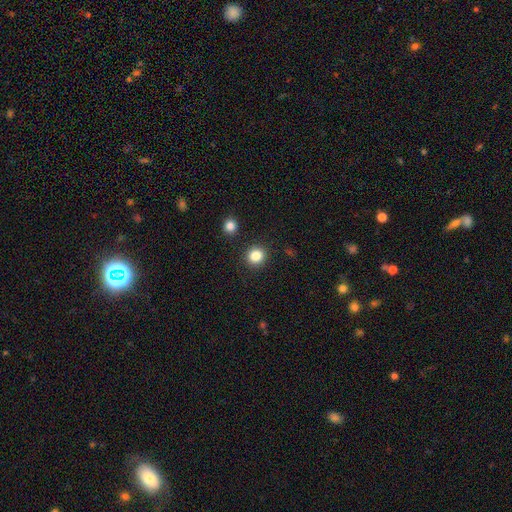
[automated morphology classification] A smooth galaxy with no disk features (85%) that is round (89%). Merging: none (89%).